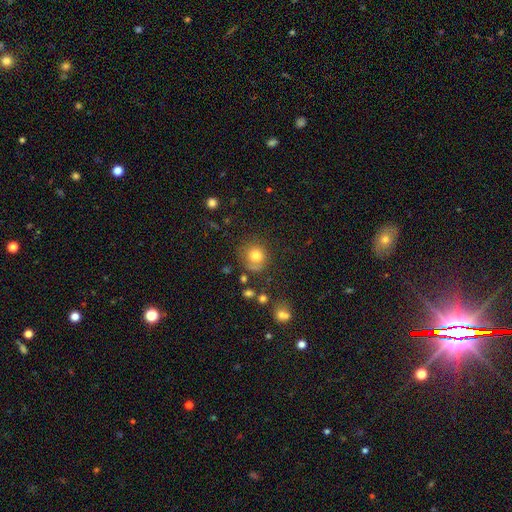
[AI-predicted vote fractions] Smooth or featured: smooth — 75% (featured or disk — 13%)
How rounded: round — 83% (in between — 16%)
Merging: none — 62% (minor disturbance — 21%)